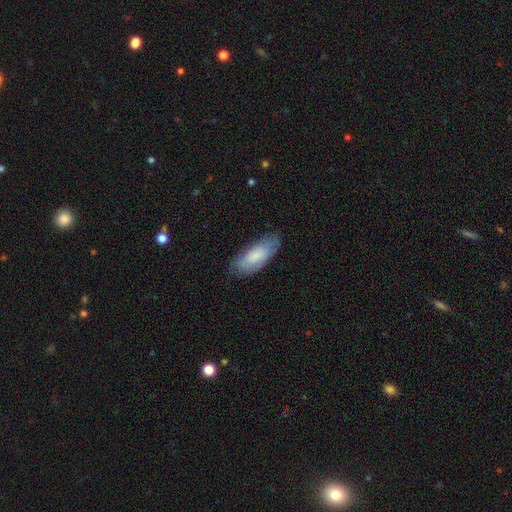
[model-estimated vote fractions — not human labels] Morphology: type=smooth (78%); roundness=in between (76%); merging=none (72%).